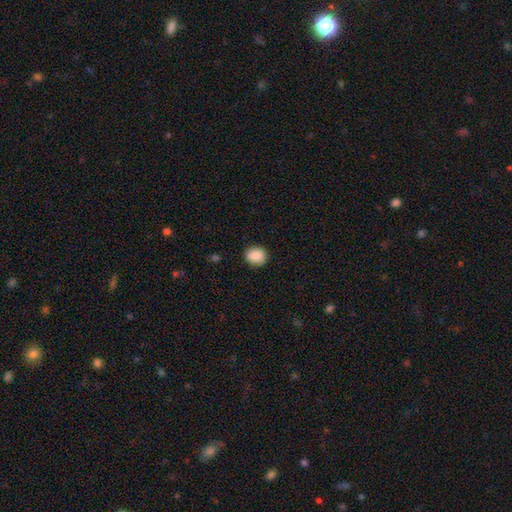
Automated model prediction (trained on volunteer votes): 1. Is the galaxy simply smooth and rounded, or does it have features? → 89% smooth, 8% star or artifact, 3% featured or disk.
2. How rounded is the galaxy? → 71% round, 28% in between, 1% cigar-shaped.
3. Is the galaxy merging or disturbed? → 90% none, 7% minor disturbance, 2% major disturbance, 1% merger.